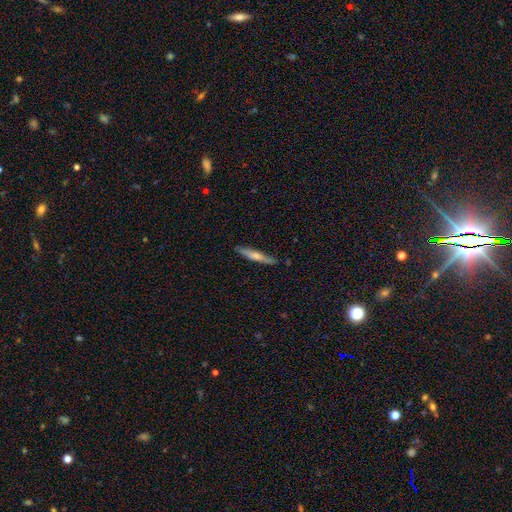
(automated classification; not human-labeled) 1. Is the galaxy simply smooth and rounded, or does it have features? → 51% smooth, 43% featured or disk, 6% star or artifact.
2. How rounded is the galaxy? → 92% cigar-shaped, 7% in between, 2% round.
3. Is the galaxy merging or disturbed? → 85% none, 12% minor disturbance, 2% major disturbance, 2% merger.